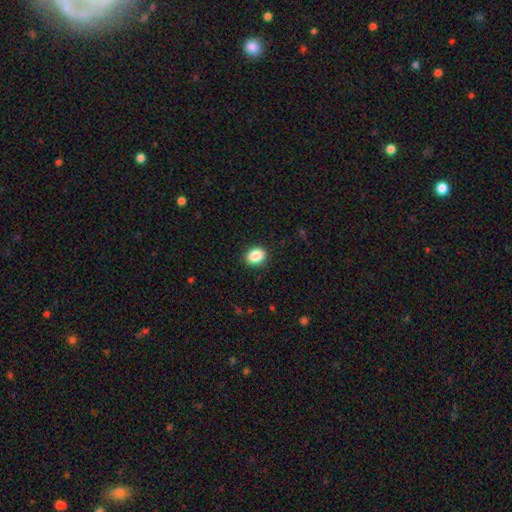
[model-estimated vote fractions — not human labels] Smooth or featured? Predicted: smooth (p=0.88). How rounded? Predicted: in between (p=0.64). Merging? Predicted: none (p=0.89).